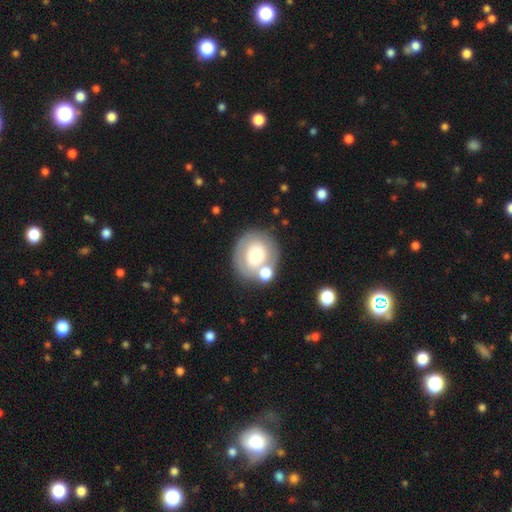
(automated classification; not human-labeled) A smooth galaxy with no disk features (58%) that is round (72%).

Vote fractions:
- Smooth or featured? smooth: 58% / featured or disk: 34% / star or artifact: 9%
- How rounded? round: 72% / in between: 27% / cigar-shaped: 1%
- Merging? none: 55% / merger: 20% / minor disturbance: 16% / major disturbance: 9%